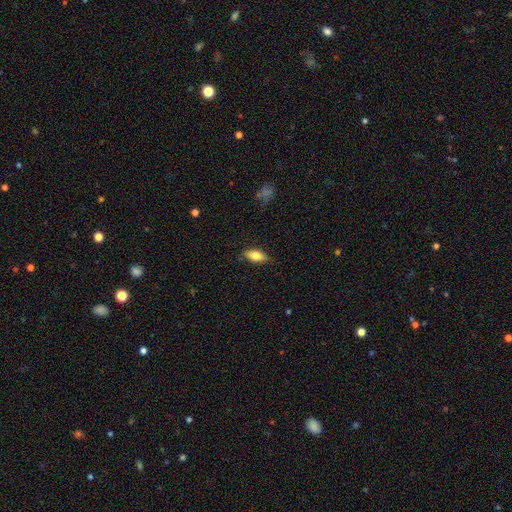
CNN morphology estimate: Overall: smooth (75%). How rounded: in between (81%). Merging: none (82%).